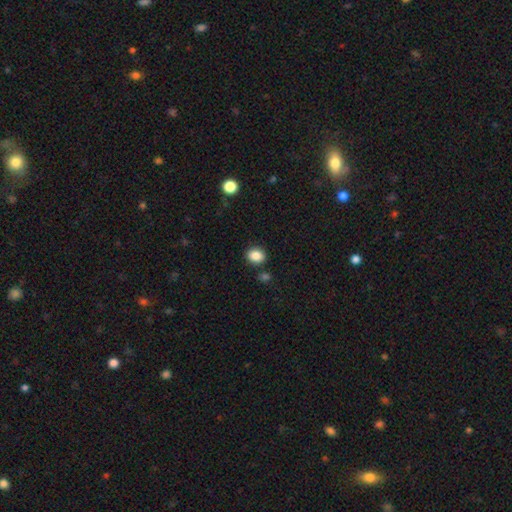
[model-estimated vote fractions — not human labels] The model was most divided on "how rounded": round: 51%, in between: 48%, cigar-shaped: 1%. More confident: smooth or featured — smooth (87%); merging — none (84%).